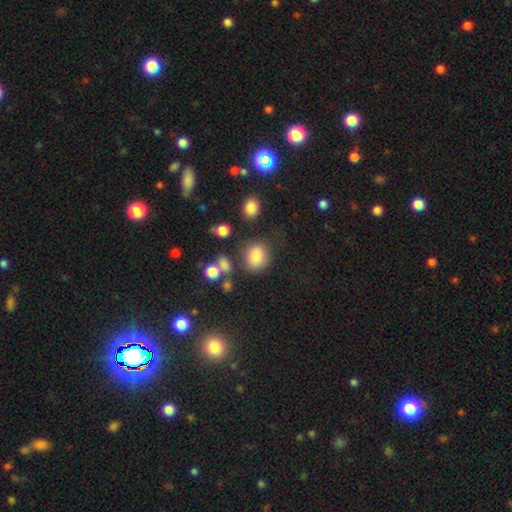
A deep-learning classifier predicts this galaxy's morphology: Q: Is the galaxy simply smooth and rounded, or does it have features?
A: smooth — 82%.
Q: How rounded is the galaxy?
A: round — 61%.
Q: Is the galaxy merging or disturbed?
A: none — 63%.